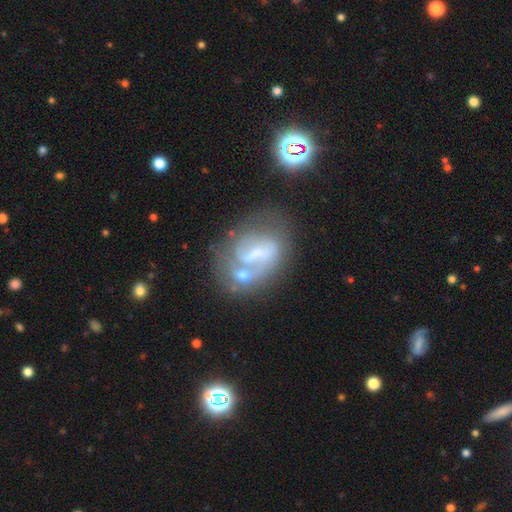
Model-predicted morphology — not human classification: A featured or disk galaxy (67%) with a strong bar (38%, tied with weak), spiral arms (64%) and no central bulge (39%). Merging: none (43%).